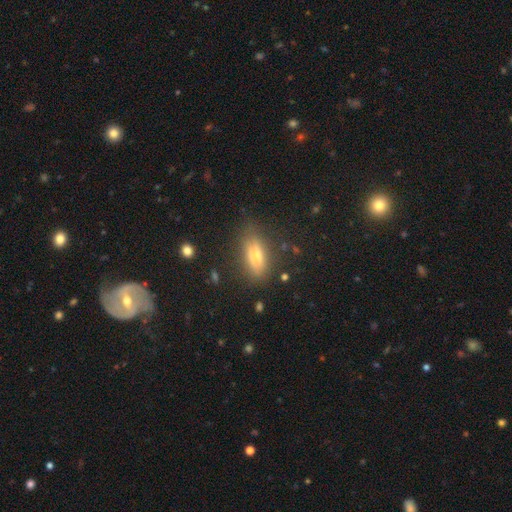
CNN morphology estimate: A smooth galaxy with no disk features (62%) that is in between round and cigar-shaped (69%). Merging: none (77%).